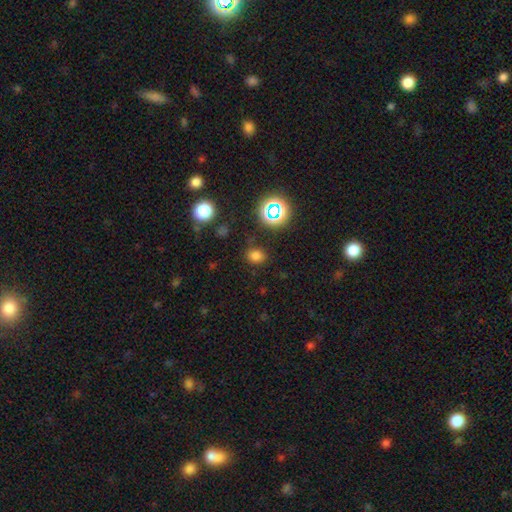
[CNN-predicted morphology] smooth_or_featured: smooth (p=0.71) [alt: star or artifact p=0.24]
how_rounded: round (p=0.62) [alt: in between p=0.37]
merging: none (p=0.80) [alt: minor disturbance p=0.13]